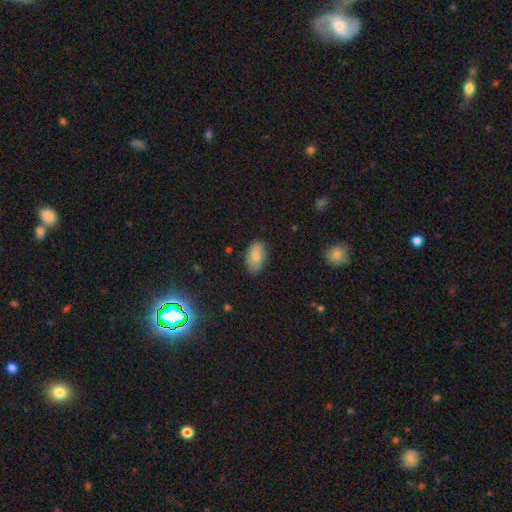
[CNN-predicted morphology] This appears to be a smooth galaxy with no disk features (78%) that is in between round and cigar-shaped (93%). Merging: none (77%).